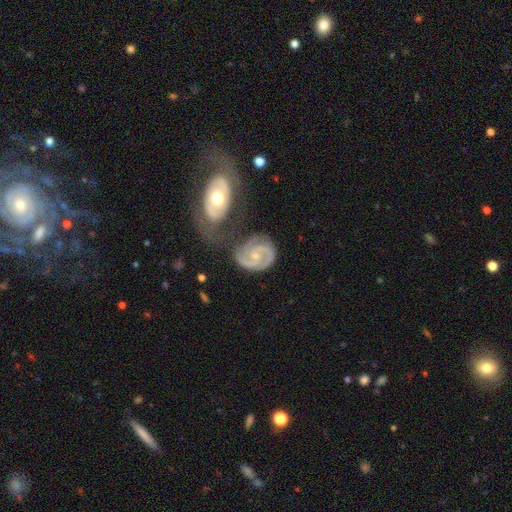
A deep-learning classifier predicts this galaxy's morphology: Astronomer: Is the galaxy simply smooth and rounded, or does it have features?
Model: featured or disk — 90%.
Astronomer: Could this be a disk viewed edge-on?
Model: no — 98%.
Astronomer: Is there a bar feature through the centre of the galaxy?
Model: no — 63%.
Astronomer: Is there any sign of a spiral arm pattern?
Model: yes — 97%.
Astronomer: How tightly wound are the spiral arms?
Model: tight — 48% (runner-up: medium, 44%).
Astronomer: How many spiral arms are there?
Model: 2 — 82%.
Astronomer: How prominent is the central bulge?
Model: small — 70%.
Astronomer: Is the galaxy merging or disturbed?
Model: none — 51%.